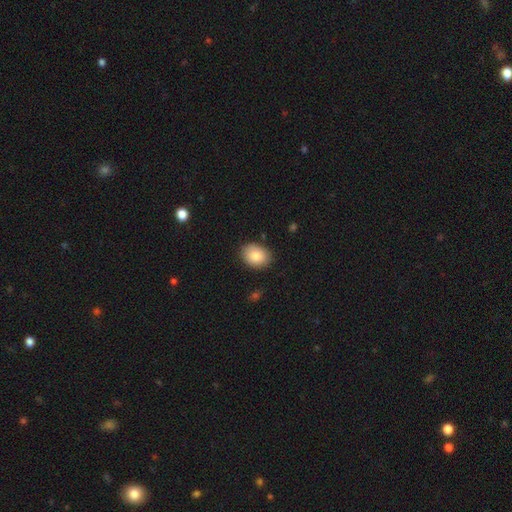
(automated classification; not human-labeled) Smooth or featured: smooth — 85% (featured or disk — 8%)
How rounded: in between — 61% (round — 38%)
Merging: none — 83% (minor disturbance — 13%)